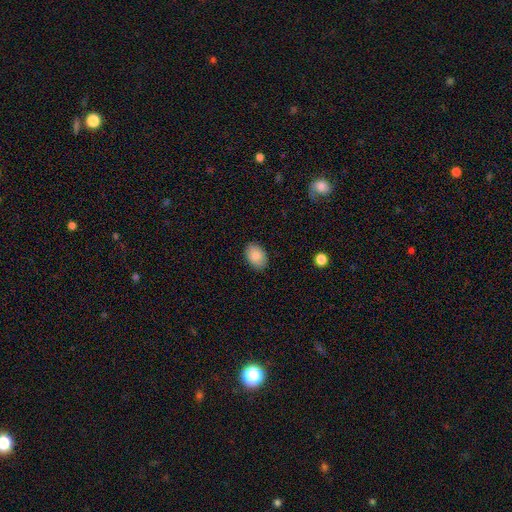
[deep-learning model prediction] Smooth or featured?
  - smooth: 85% *
  - featured or disk: 7%
  - star or artifact: 7%
How rounded?
  - in between: 85% *
  - round: 14%
  - cigar-shaped: 1%
Merging?
  - none: 87% *
  - minor disturbance: 10%
  - major disturbance: 2%
  - merger: 1%